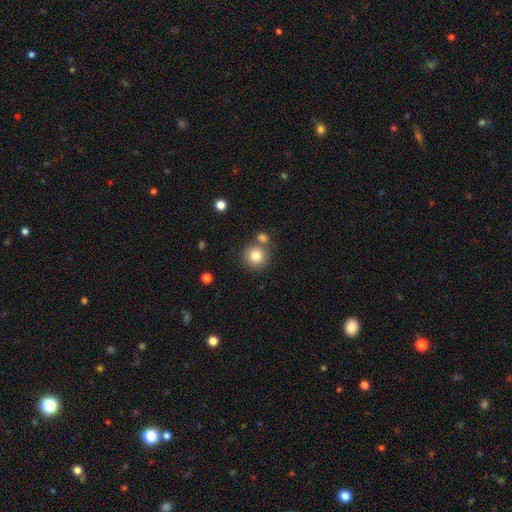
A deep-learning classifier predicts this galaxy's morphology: Q: Smooth or featured?
A: smooth (80%); runner-up: star or artifact (11%)
Q: How rounded?
A: round (93%); runner-up: in between (6%)
Q: Merging?
A: none (71%); runner-up: merger (19%)